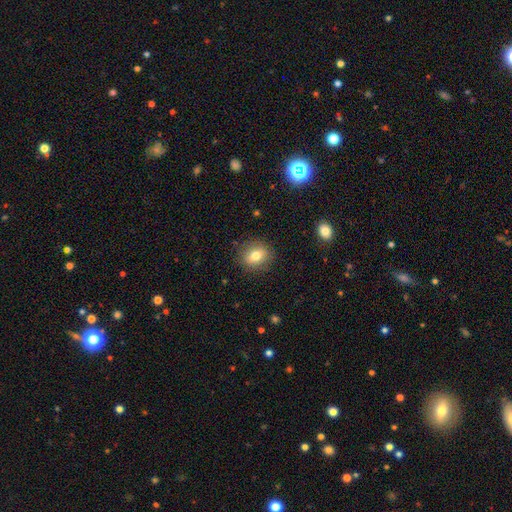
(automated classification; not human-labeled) Smooth or featured: smooth — 76% (featured or disk — 13%)
How rounded: round — 63% (in between — 36%)
Merging: none — 86% (minor disturbance — 10%)